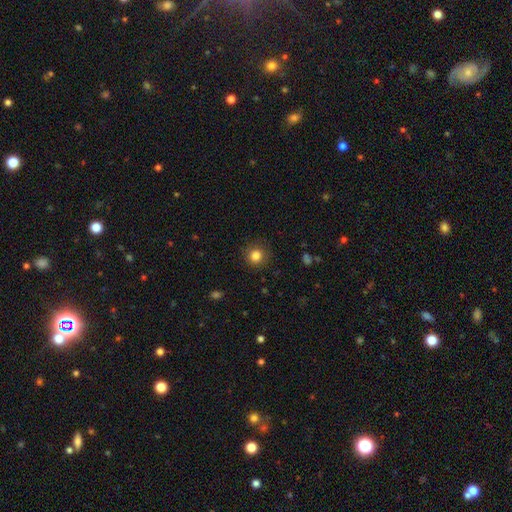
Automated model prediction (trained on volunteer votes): Overall: smooth (83%). How rounded: round (92%). Merging: none (88%).